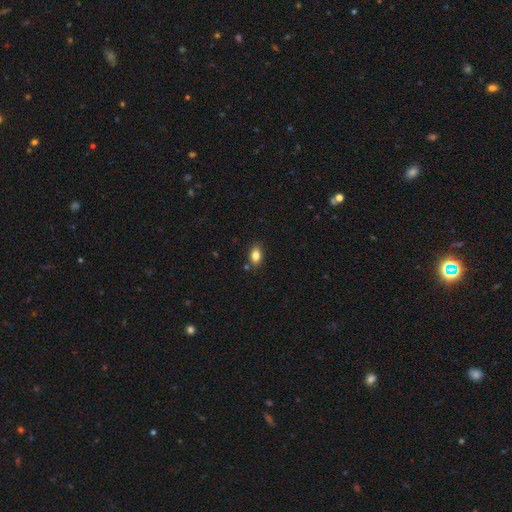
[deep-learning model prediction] smooth_or_featured: smooth (p=0.83) [alt: star or artifact p=0.09]
how_rounded: in between (p=0.84) [alt: round p=0.14]
merging: none (p=0.84) [alt: minor disturbance p=0.11]